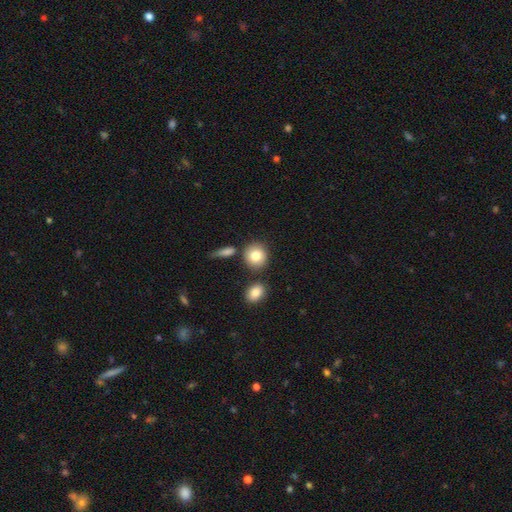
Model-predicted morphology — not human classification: smooth 83%, featured or disk 9%, star or artifact 8%. Down the decision tree: how rounded — round (80%); merging — none (75%).